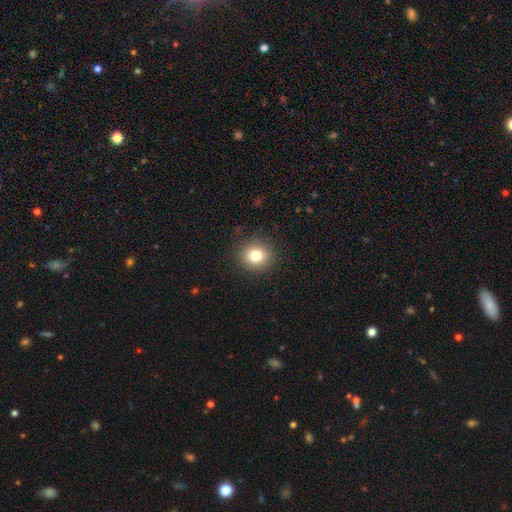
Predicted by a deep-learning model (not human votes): Overall: smooth (81%). How rounded: round (87%). Merging: none (89%).